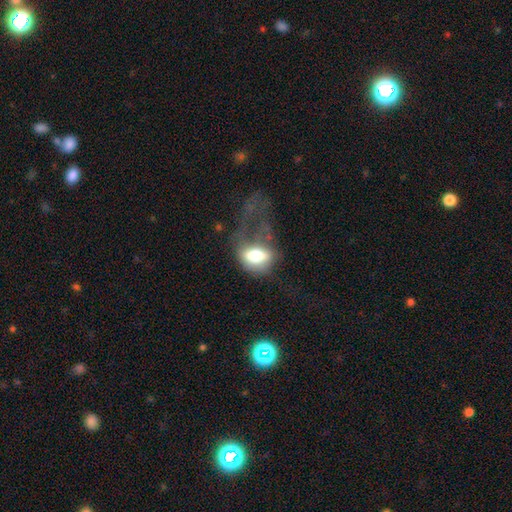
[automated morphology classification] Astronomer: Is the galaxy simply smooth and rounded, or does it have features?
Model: smooth — 64%.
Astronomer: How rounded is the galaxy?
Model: in between — 77%.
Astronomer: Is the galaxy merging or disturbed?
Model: major disturbance — 60%.